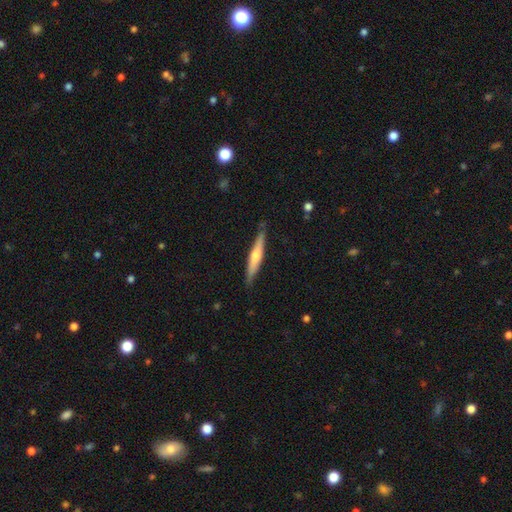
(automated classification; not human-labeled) featured or disk 54%, smooth 41%, star or artifact 5%. Down the decision tree: edge-on disk — yes (95%); edge-on bulge — rounded (83%); merging — none (85%).